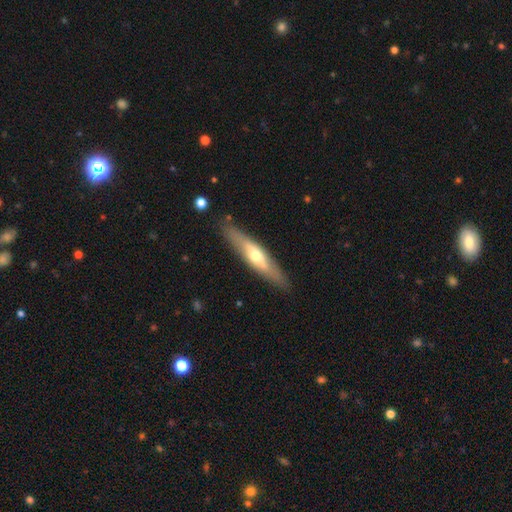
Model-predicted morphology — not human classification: The model was most divided on "smooth or featured": featured or disk: 51%, smooth: 44%, star or artifact: 5%. More confident: merging — none (86%); edge-on disk — yes (79%).